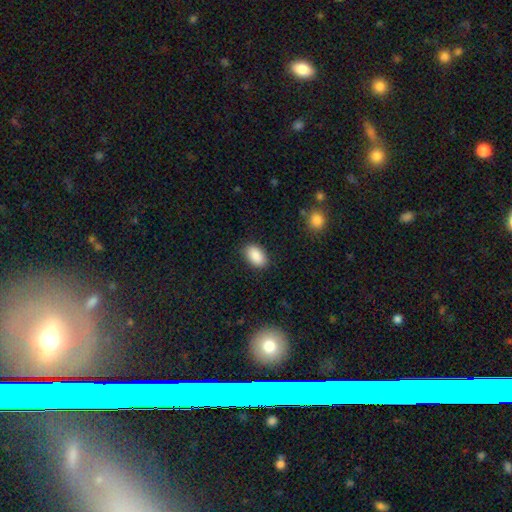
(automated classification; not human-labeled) smooth 90%, star or artifact 7%, featured or disk 3%. Down the decision tree: how rounded — in between (91%); merging — none (87%).